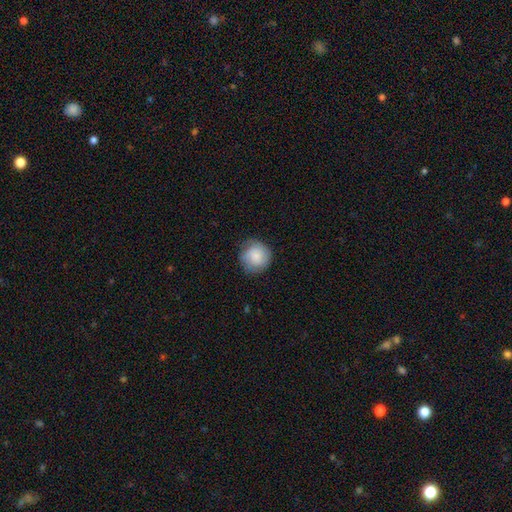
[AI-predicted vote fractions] Smooth or featured? Predicted: smooth (p=0.72). How rounded? Predicted: round (p=0.92). Merging? Predicted: none (p=0.75).